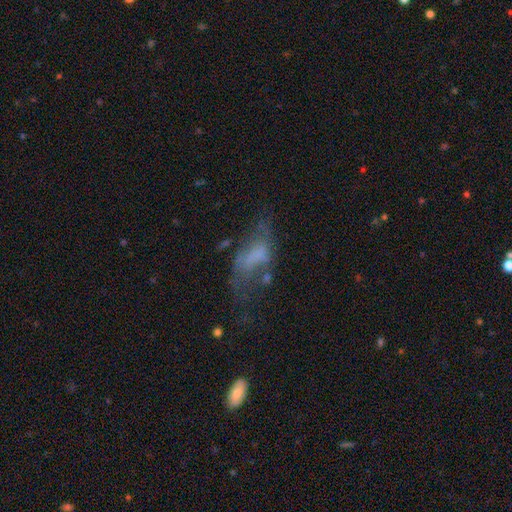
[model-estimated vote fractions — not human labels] The model was most divided on "smooth or featured": featured or disk: 47%, smooth: 38%, star or artifact: 15%. Remaining: merging — major disturbance (44%).